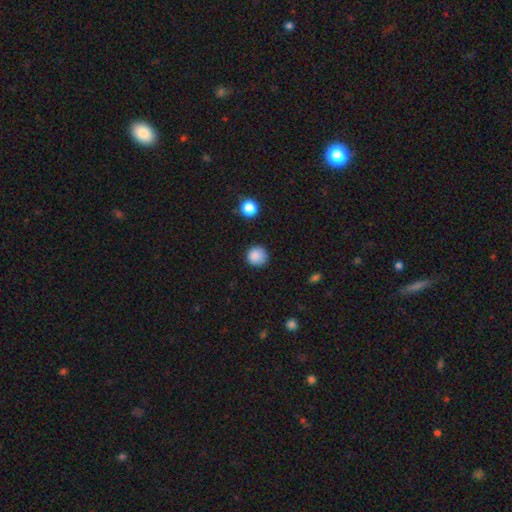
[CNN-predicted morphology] Smooth or featured? Predicted: smooth (p=0.87). How rounded? Predicted: round (p=0.95). Merging? Predicted: none (p=0.88).